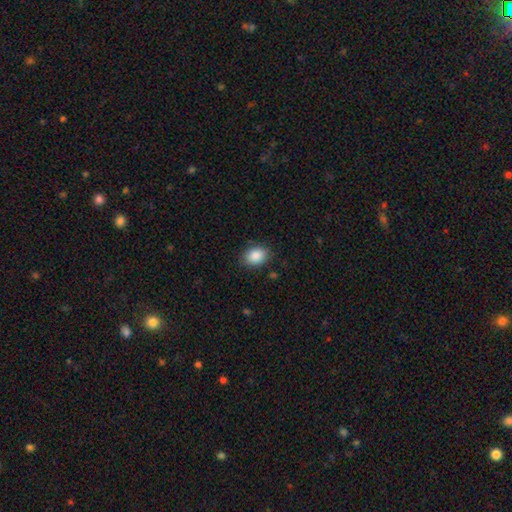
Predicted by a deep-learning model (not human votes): Overall: smooth (89%). How rounded: in between (70%). Merging: none (83%).